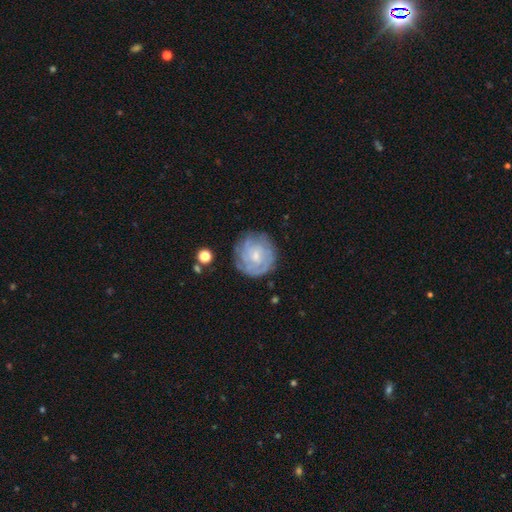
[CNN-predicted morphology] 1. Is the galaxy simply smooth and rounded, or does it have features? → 69% featured or disk, 24% smooth, 7% star or artifact.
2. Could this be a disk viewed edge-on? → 98% no, 2% yes.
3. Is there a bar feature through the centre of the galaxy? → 63% no, 33% weak, 4% strong.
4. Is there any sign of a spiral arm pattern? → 84% yes, 16% no.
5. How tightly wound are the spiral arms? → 68% tight, 24% medium, 8% loose.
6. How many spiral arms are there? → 51% can't tell, 14% 3, 14% 2, 11% 4, 5% more than 4, 5% 1.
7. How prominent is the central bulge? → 60% small, 31% moderate, 6% none, 2% large, 1% dominant.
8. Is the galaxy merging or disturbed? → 76% none, 16% minor disturbance, 6% major disturbance, 2% merger.